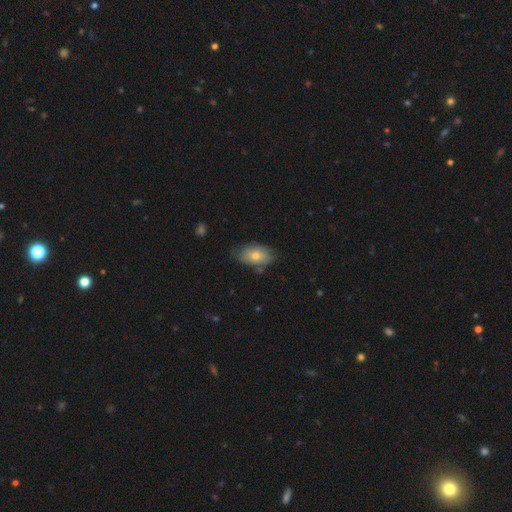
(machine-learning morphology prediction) Q: Smooth or featured?
A: smooth (70%); runner-up: featured or disk (22%)
Q: How rounded?
A: in between (89%); runner-up: round (9%)
Q: Merging?
A: none (71%); runner-up: minor disturbance (23%)